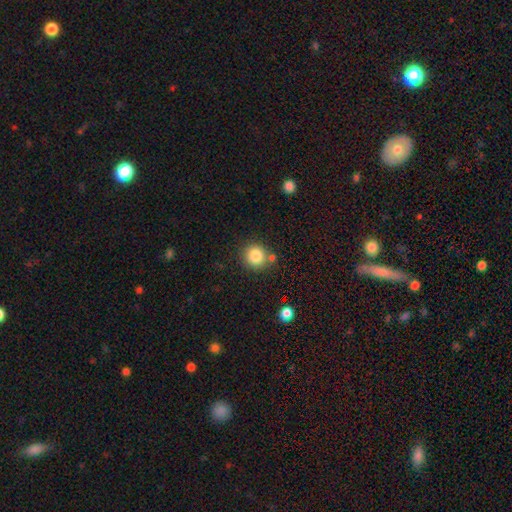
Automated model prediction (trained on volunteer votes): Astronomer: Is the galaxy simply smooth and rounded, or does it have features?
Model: smooth — 84%.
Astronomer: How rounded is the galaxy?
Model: round — 91%.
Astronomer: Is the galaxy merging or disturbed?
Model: none — 77%.